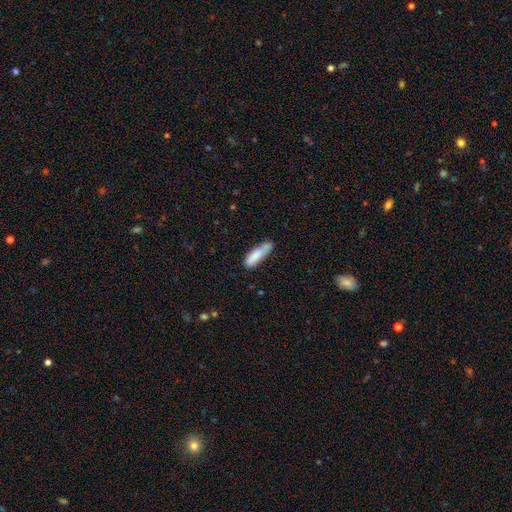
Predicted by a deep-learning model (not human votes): This is clearly a smooth galaxy (80%). How rounded: likely cigar-shaped (69%). Merging: possibly none (60%).